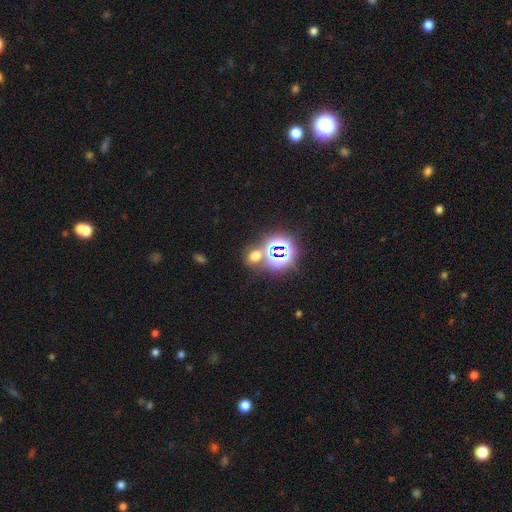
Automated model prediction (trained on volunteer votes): Morphology: type=star or artifact (47%).